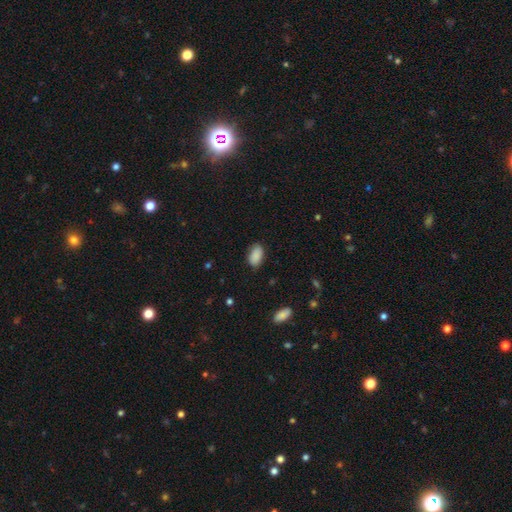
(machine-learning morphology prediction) Overall: smooth (89%). How rounded: in between (94%). Merging: none (83%).